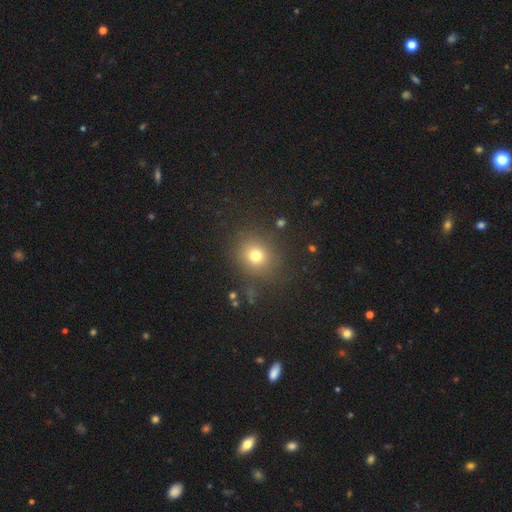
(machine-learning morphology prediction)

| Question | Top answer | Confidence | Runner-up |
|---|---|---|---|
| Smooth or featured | smooth | 74% | star or artifact (17%) |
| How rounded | round | 84% | in between (15%) |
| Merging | none | 83% | minor disturbance (10%) |